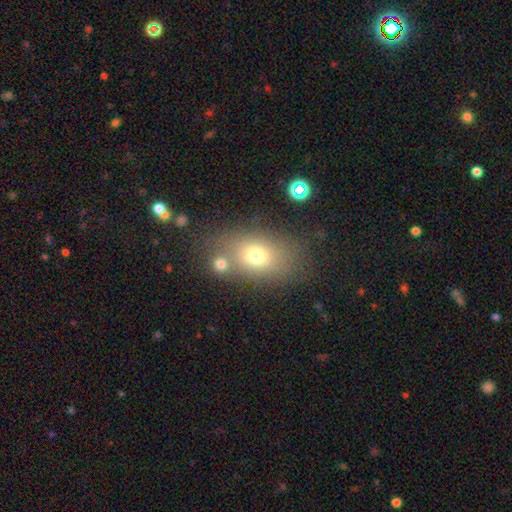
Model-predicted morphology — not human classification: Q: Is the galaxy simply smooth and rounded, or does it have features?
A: smooth — 71%.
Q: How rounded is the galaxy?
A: in between — 77%.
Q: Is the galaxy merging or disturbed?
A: none — 63%.